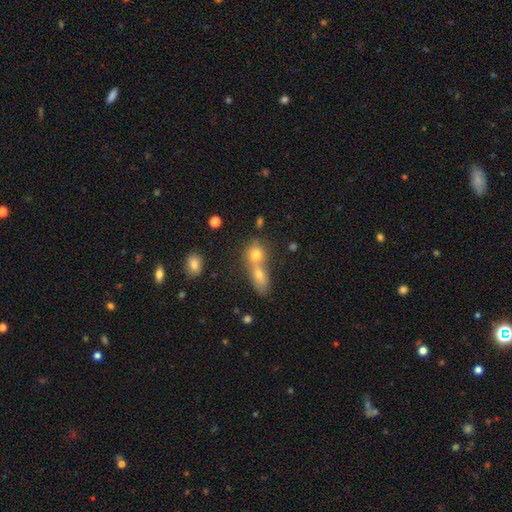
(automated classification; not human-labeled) Morphology: type=smooth (69%); roundness=round (61%); merging=merger (64%).